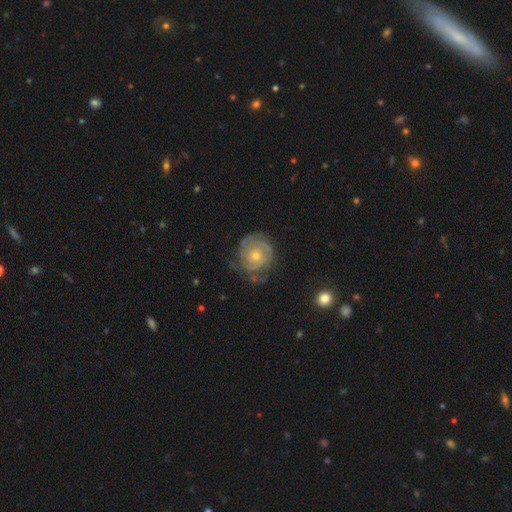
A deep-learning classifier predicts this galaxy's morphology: This is likely a featured or disk galaxy (75%). It is clearly not viewed edge-on (98%). Bar: clearly no (81%). Spiral arm pattern: clearly yes (86%). Spiral arm count: marginally can't tell (37%). Spiral winding: likely tight (73%). Central bulge: possibly moderate (48%, tied with small). Merging: likely none (68%).